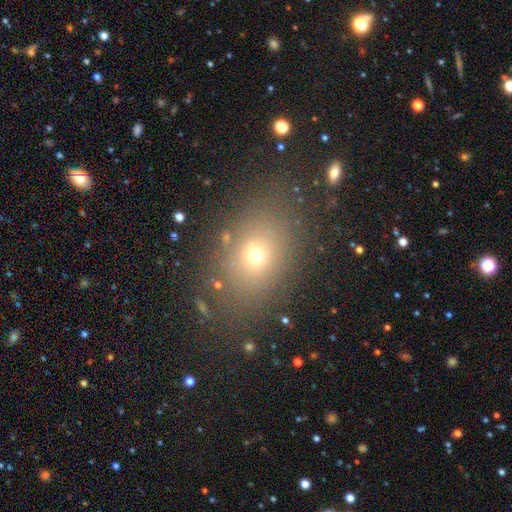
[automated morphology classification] The model was most divided on "how rounded": in between: 63%, round: 35%, cigar-shaped: 2%. More confident: merging — none (82%); smooth or featured — smooth (64%).